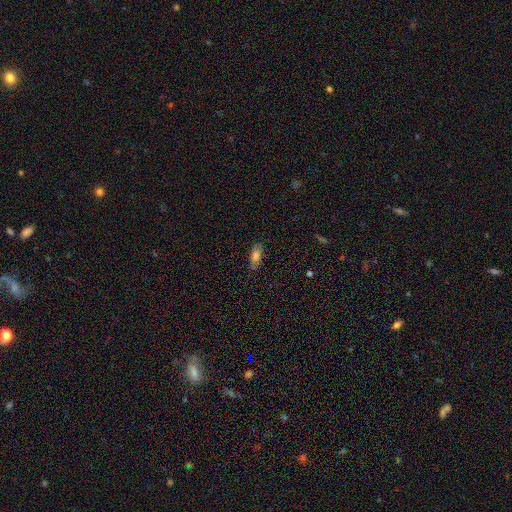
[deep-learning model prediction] smooth 78%, featured or disk 13%, star or artifact 9%. Down the decision tree: how rounded — in between (81%); merging — none (83%).